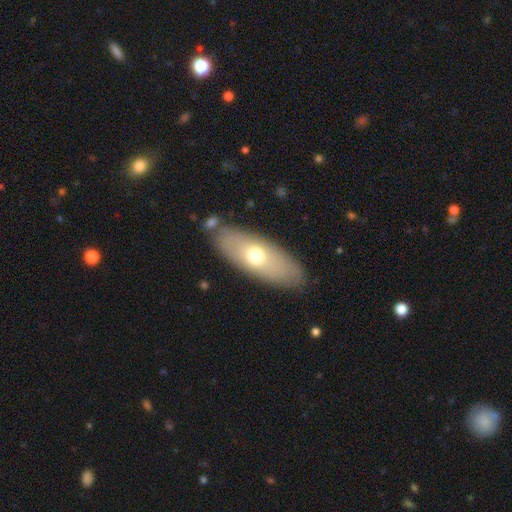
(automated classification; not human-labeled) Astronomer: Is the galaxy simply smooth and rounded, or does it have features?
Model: smooth — 62%.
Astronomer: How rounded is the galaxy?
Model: in between — 75%.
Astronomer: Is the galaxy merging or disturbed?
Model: none — 82%.